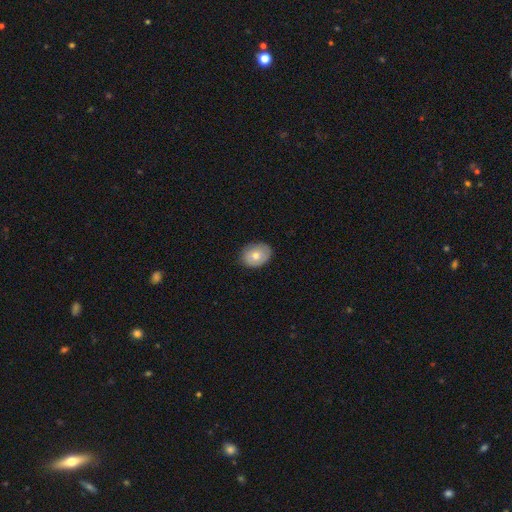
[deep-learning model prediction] This appears to be a smooth galaxy with no disk features (65%) that is in between round and cigar-shaped (61%). Merging: none (81%).